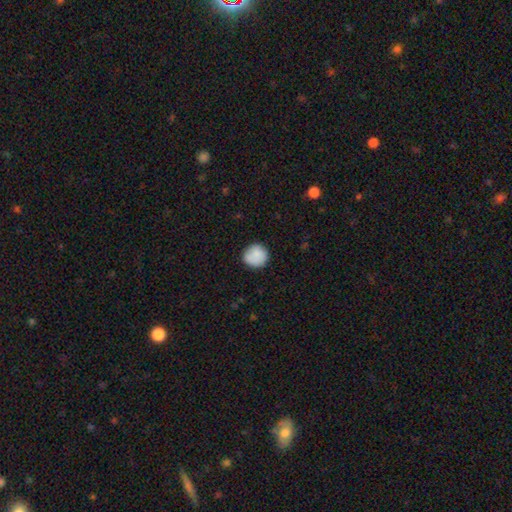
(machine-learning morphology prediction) smooth-or-featured: smooth: 85% | featured or disk: 8% | star or artifact: 7%
  how-rounded: round: 92% | in between: 7% | cigar-shaped: 1%
  merging: none: 80% | minor disturbance: 14% | major disturbance: 3% | merger: 2%